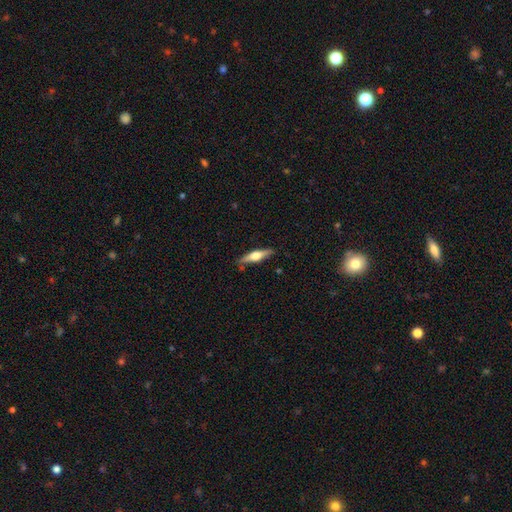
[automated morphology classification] featured or disk 58%, smooth 36%, star or artifact 6%. Down the decision tree: edge-on disk — yes (96%); edge-on bulge — rounded (92%); merging — none (85%).